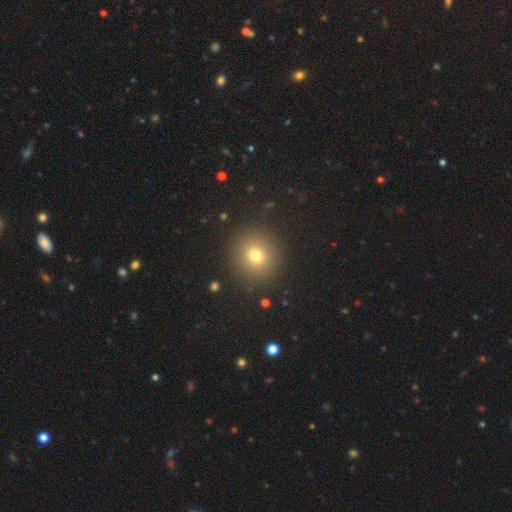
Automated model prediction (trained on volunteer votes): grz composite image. It shows a smooth galaxy with no disk features (73%) that is round (88%). Merging: none (90%).